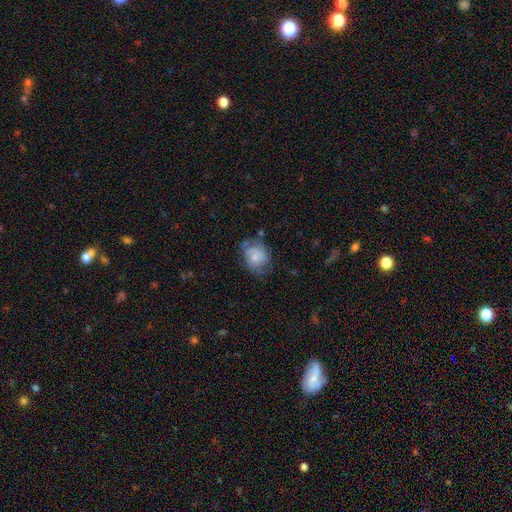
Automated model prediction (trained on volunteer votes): smooth 52%, featured or disk 40%, star or artifact 8%. Down the decision tree: how rounded — in between (49%, tied with round); merging — none (54%).